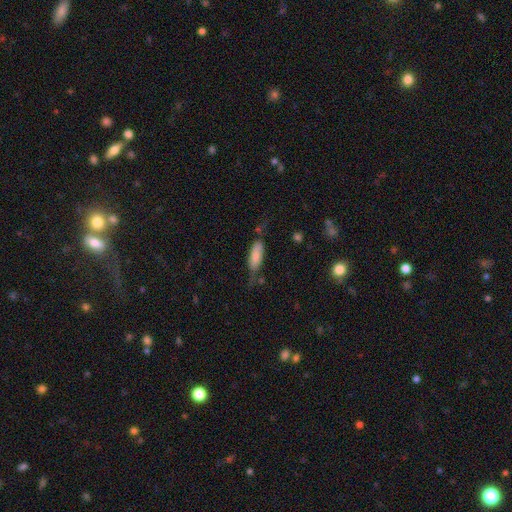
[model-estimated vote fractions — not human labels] Smooth or featured: smooth — 75% (featured or disk — 18%)
How rounded: in between — 63% (cigar-shaped — 34%)
Merging: none — 42% (minor disturbance — 35%)